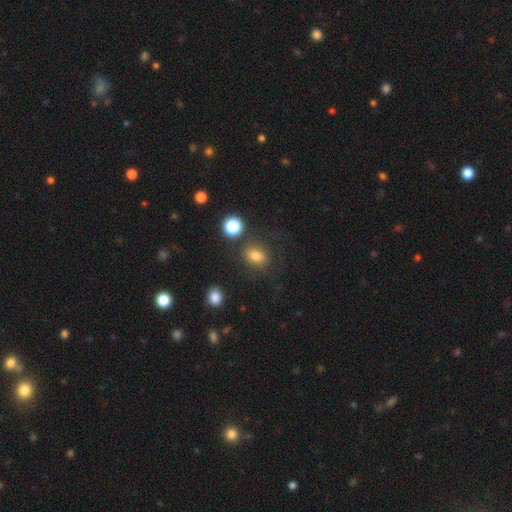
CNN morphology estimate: Overall: smooth (75%). How rounded: round (51%; in between 48%). Merging: none (73%).